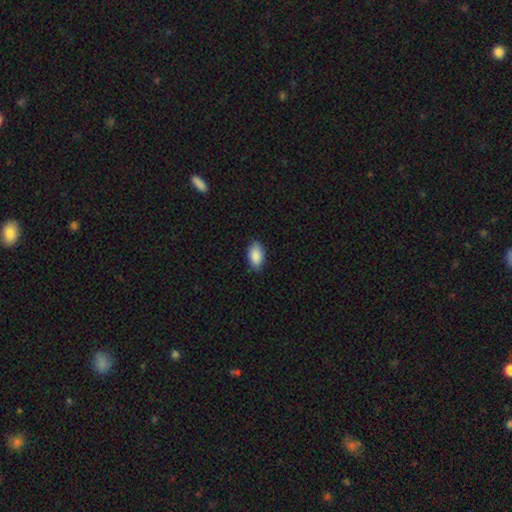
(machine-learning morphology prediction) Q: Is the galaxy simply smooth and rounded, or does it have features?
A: smooth — 88%.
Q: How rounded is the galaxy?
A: in between — 93%.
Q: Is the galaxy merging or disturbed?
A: none — 83%.